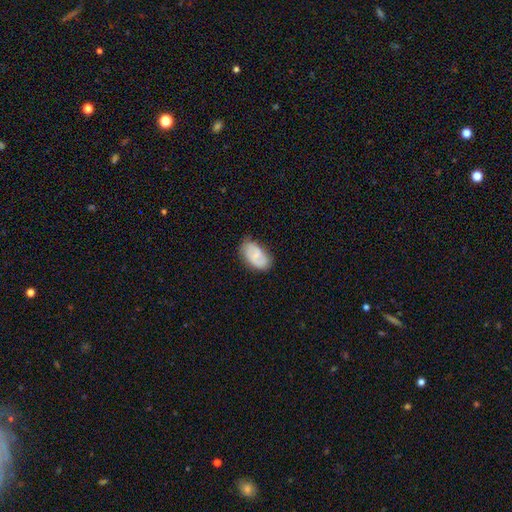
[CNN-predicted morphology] Smooth or featured? Predicted: smooth (p=0.57). How rounded? Predicted: in between (p=0.93). Merging? Predicted: none (p=0.74).